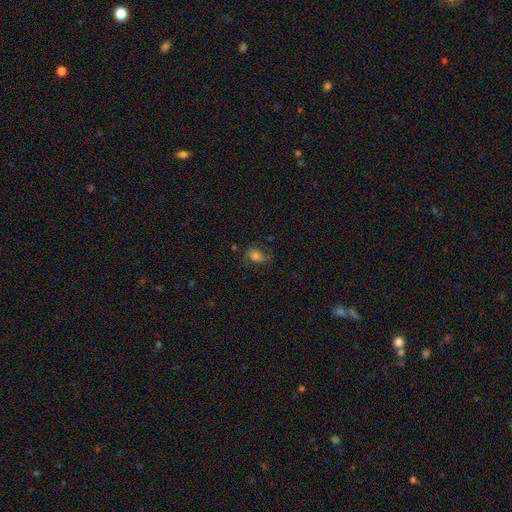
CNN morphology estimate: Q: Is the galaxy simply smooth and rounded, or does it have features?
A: smooth — 59%.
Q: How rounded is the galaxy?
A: in between — 73%.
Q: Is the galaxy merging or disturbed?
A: none — 57%.